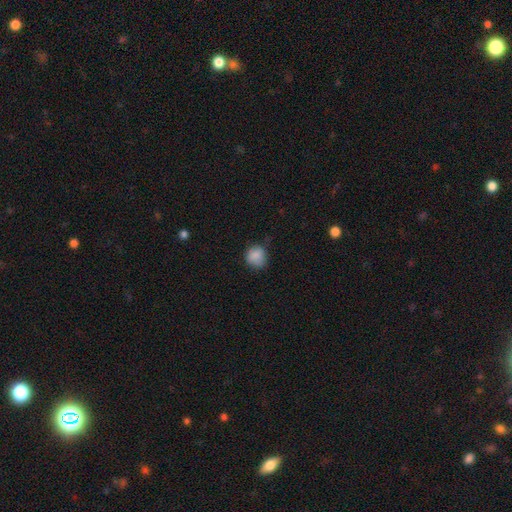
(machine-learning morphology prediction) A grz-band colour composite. It shows a smooth galaxy with no disk features (85%) that is round (80%). Merging: none (68%).